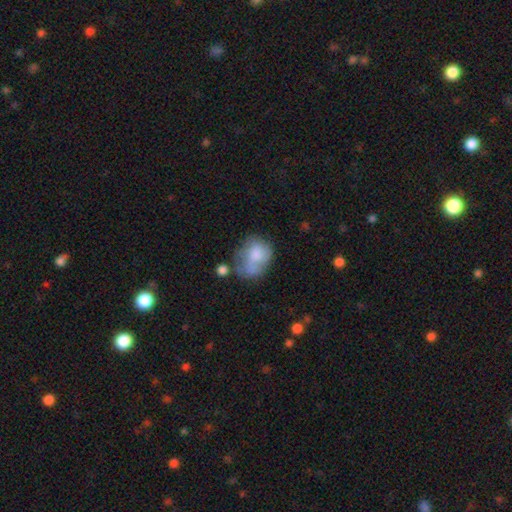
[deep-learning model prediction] smooth_or_featured: smooth (p=0.67) [alt: featured or disk p=0.24]
how_rounded: in between (p=0.57) [alt: round p=0.42]
merging: none (p=0.31) [alt: minor disturbance p=0.28]